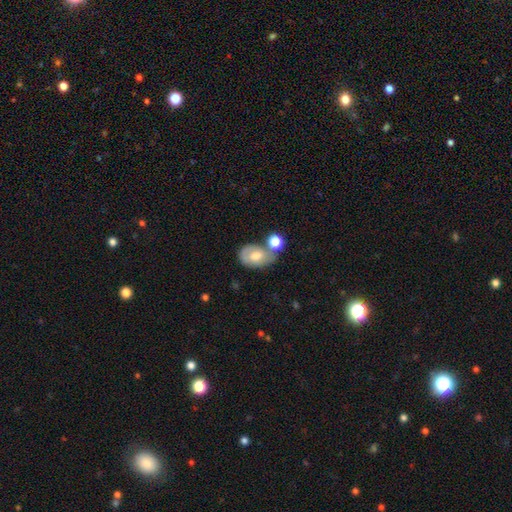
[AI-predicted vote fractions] This appears to be a smooth galaxy with no disk features (58%) that is in between round and cigar-shaped (79%). Merging: none (38%).